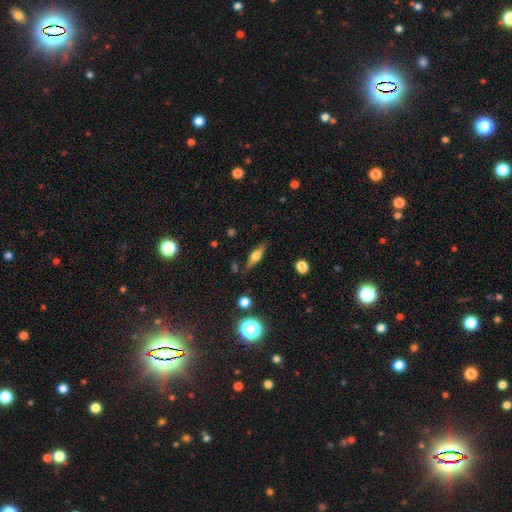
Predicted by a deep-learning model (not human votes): This appears to be a smooth galaxy with no disk features (49%). Merging: none (80%).